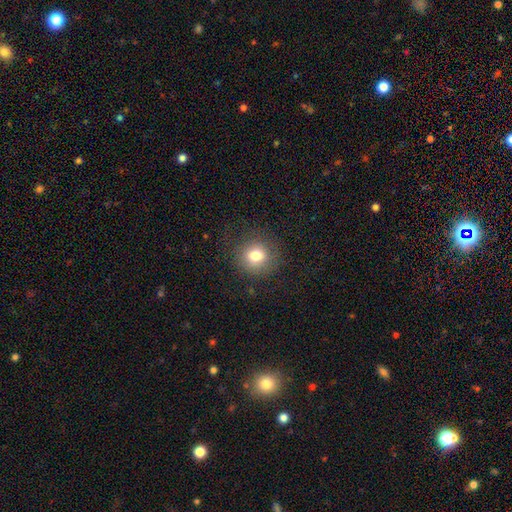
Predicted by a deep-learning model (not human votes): Smooth or featured? smooth (78%)
How rounded? round (85%)
Merging? none (83%)